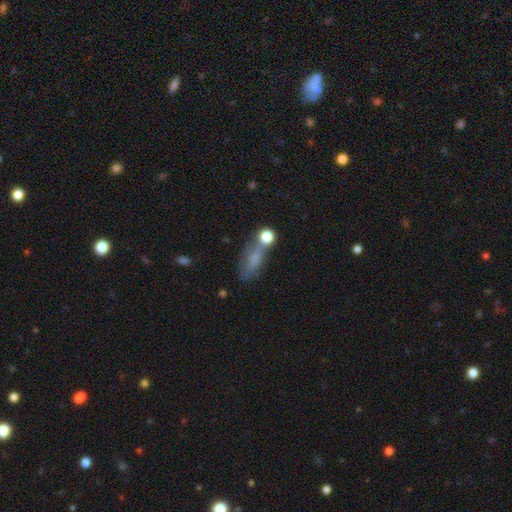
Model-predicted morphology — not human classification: type=smooth (64%); roundness=in between (59%); merging=none (45%).